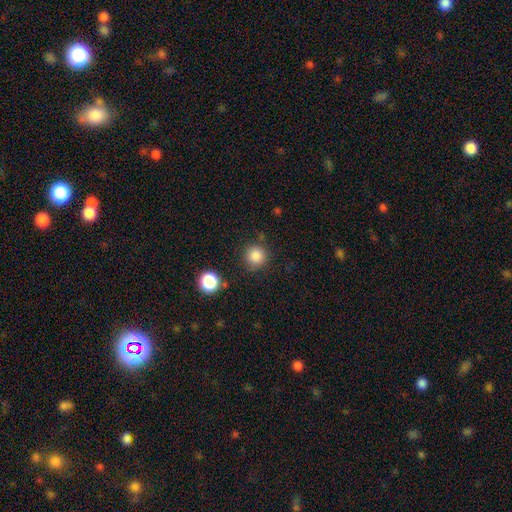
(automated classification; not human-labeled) Smooth or featured: smooth — 84% (star or artifact — 11%)
How rounded: round — 94% (in between — 5%)
Merging: none — 81% (minor disturbance — 11%)